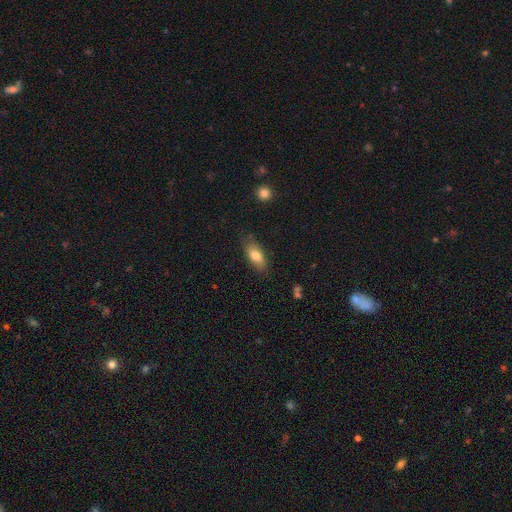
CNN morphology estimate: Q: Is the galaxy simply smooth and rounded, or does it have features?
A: smooth — 76%.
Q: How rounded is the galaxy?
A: in between — 82%.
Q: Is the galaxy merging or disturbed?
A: none — 78%.